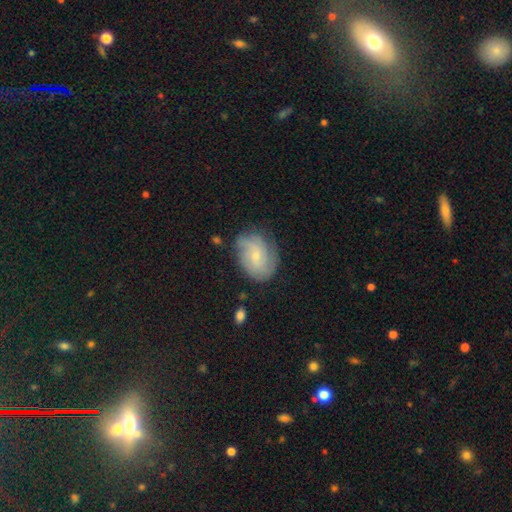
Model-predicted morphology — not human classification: type=featured or disk (64%); edge-on=no (97%); bar=no (64%); spiral arms=yes (90%); winding=tight (45%); arm count=can't tell (37%); bulge=small (70%); merging=none (68%).